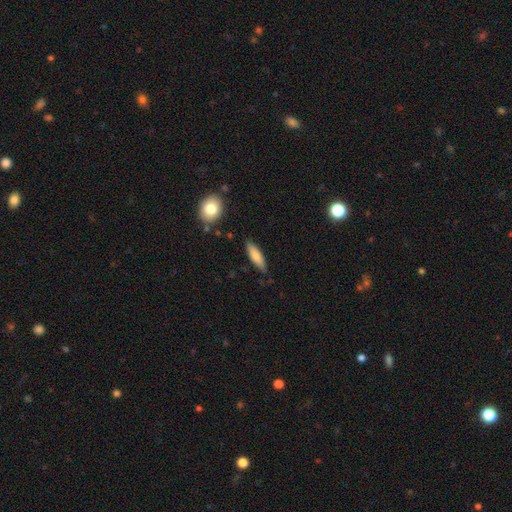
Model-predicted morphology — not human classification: Overall: smooth (77%). How rounded: cigar-shaped (58%; in between 40%). Merging: none (81%).